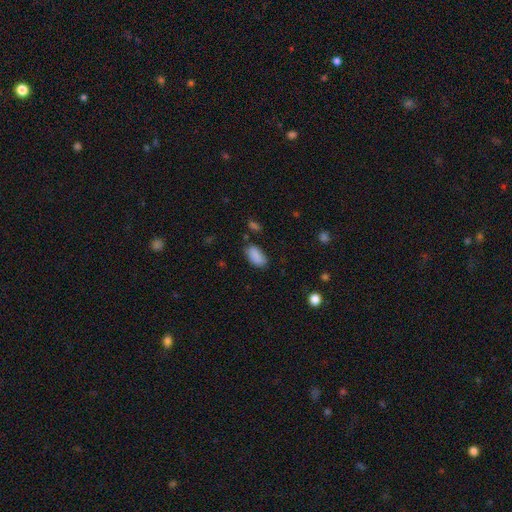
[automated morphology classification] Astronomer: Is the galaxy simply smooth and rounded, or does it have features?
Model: smooth — 88%.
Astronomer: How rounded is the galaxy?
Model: in between — 94%.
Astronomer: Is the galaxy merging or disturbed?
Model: none — 76%.